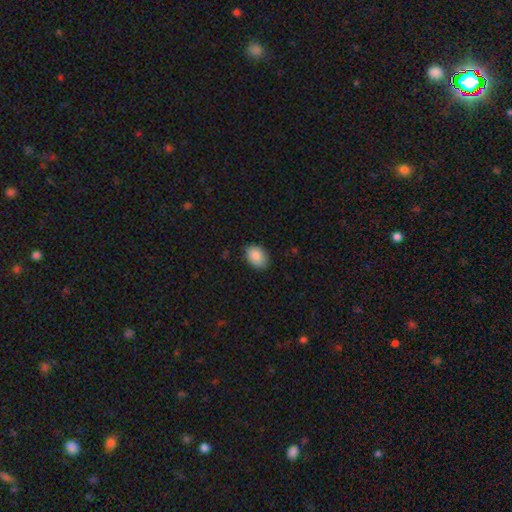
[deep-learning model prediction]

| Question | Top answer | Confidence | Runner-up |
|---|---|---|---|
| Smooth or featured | smooth | 88% | star or artifact (7%) |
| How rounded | in between | 76% | round (23%) |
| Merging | none | 82% | minor disturbance (14%) |